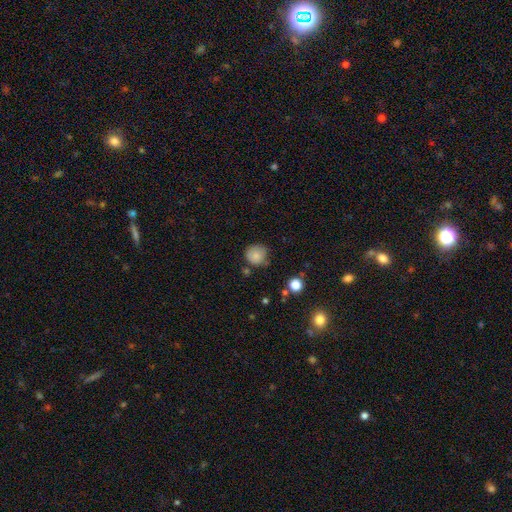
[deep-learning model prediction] Smooth or featured? smooth (82%)
How rounded? round (89%)
Merging? none (69%)